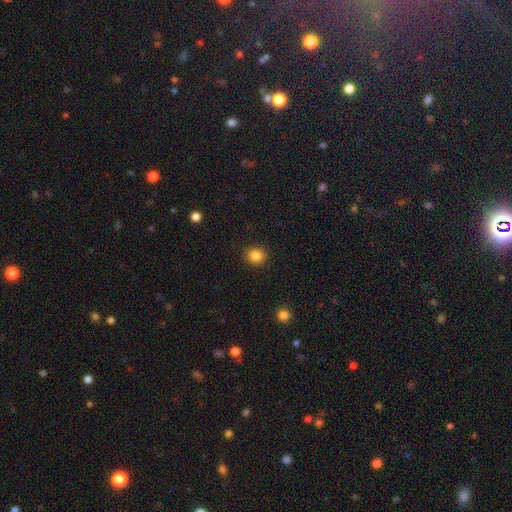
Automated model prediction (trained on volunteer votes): Morphology: type=smooth (85%); roundness=round (82%); merging=none (91%).